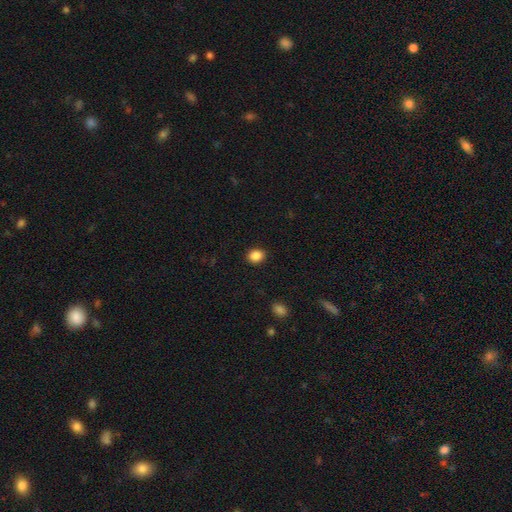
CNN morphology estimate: smooth-or-featured: smooth: 87% | star or artifact: 9% | featured or disk: 3%
  how-rounded: round: 59% | in between: 40% | cigar-shaped: 1%
  merging: none: 90% | minor disturbance: 7% | major disturbance: 2% | merger: 1%